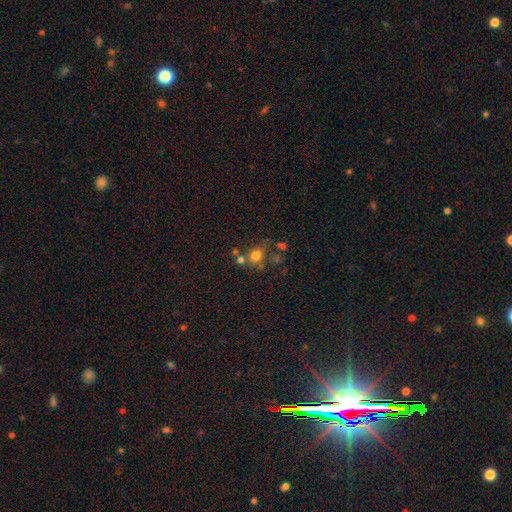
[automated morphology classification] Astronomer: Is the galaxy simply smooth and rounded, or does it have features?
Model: smooth — 70%.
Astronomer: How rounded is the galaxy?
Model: round — 72%.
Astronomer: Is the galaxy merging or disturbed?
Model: none — 47% (runner-up: merger, 29%).